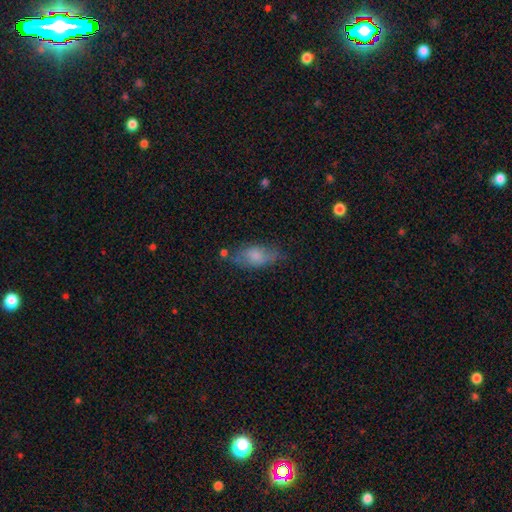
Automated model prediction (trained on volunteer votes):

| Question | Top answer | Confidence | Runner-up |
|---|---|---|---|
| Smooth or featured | smooth | 68% | featured or disk (24%) |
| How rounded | in between | 84% | cigar-shaped (12%) |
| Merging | none | 61% | minor disturbance (25%) |